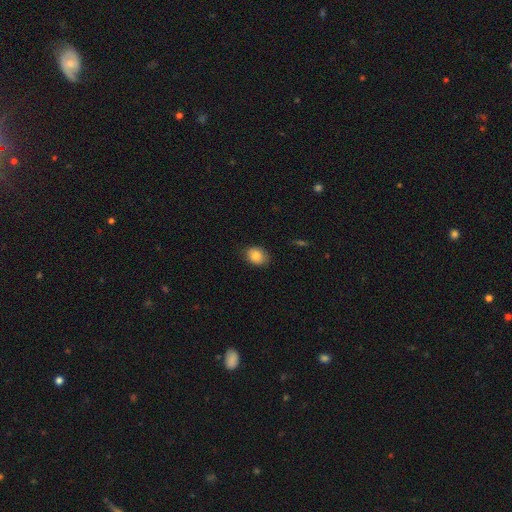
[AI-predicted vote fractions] The model was most divided on "how rounded": in between: 60%, round: 39%, cigar-shaped: 1%. More confident: smooth or featured — smooth (84%); merging — none (81%).